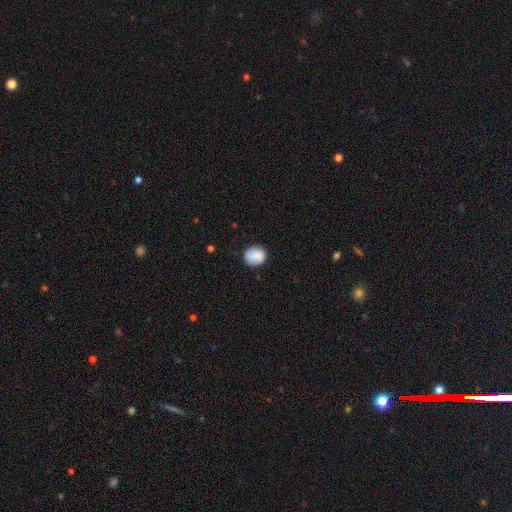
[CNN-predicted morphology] This is clearly a smooth galaxy (86%). How rounded: clearly round (80%). Merging: likely none (79%).